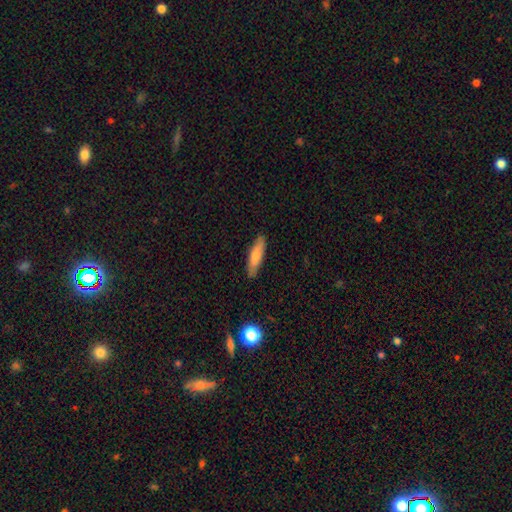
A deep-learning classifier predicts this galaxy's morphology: smooth-or-featured: smooth: 79% | featured or disk: 16% | star or artifact: 6%
  how-rounded: cigar-shaped: 69% | in between: 29% | round: 2%
  merging: none: 87% | minor disturbance: 10% | major disturbance: 2% | merger: 1%